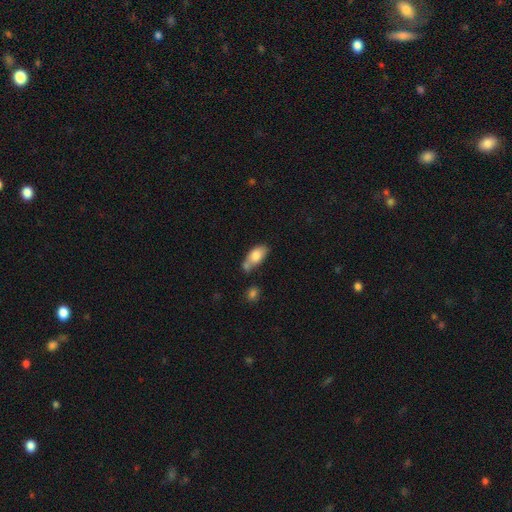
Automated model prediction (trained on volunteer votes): smooth 78%, featured or disk 14%, star or artifact 7%. Down the decision tree: how rounded — in between (90%); merging — none (41%).